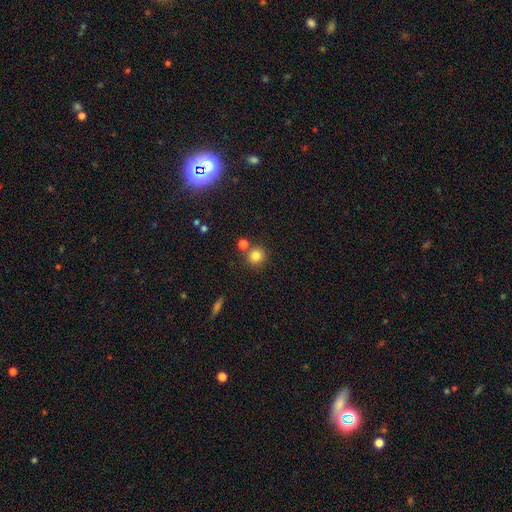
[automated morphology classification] A smooth galaxy with no disk features (82%) that is round (91%). Merging: none (76%).